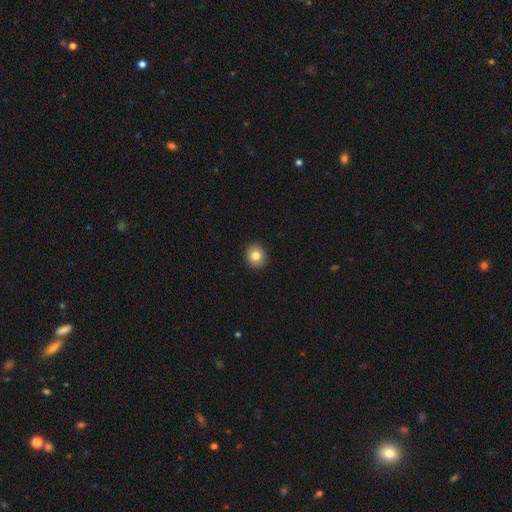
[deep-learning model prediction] Q: Smooth or featured?
A: smooth (81%); runner-up: star or artifact (10%)
Q: How rounded?
A: round (77%); runner-up: in between (22%)
Q: Merging?
A: none (92%); runner-up: minor disturbance (5%)